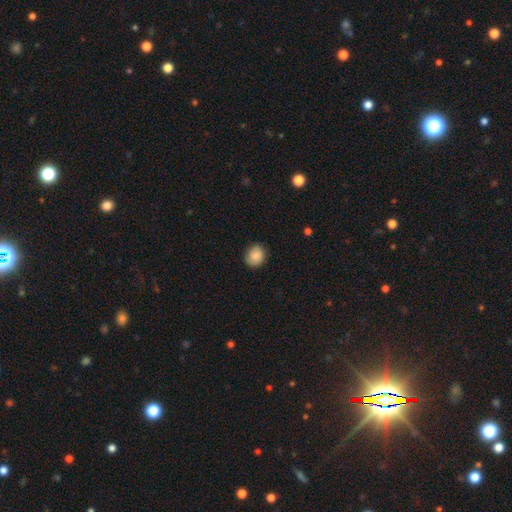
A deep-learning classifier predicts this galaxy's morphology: Q: Smooth or featured?
A: smooth (81%); runner-up: featured or disk (11%)
Q: How rounded?
A: round (71%); runner-up: in between (28%)
Q: Merging?
A: none (83%); runner-up: minor disturbance (13%)